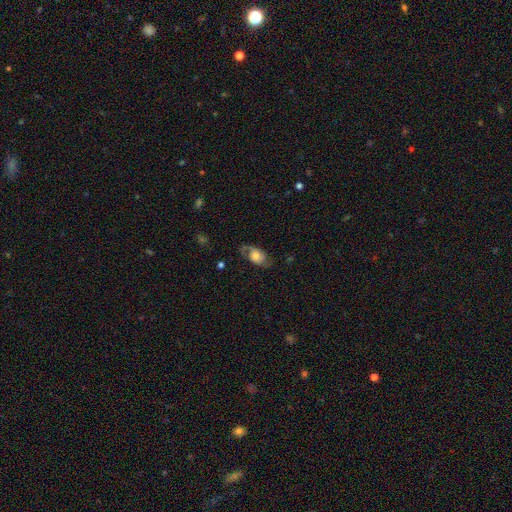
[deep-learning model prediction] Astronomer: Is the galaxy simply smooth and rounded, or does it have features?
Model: featured or disk — 65%.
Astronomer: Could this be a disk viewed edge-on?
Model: no — 95%.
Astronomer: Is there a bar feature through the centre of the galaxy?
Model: no — 65%.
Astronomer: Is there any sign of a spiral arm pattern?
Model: yes — 89%.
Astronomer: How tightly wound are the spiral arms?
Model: medium — 44% (runner-up: loose, 37%).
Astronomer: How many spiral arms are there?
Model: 2 — 80%.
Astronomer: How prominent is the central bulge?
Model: moderate — 42% (runner-up: large, 29%).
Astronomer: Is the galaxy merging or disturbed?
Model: none — 67%.